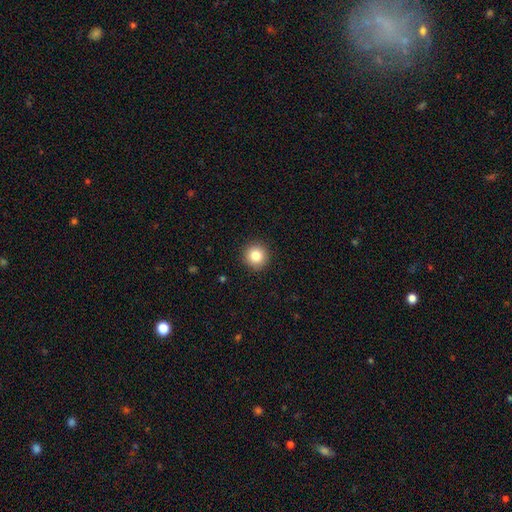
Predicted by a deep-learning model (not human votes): This is clearly a smooth galaxy (84%). How rounded: clearly round (94%). Merging: clearly none (92%).